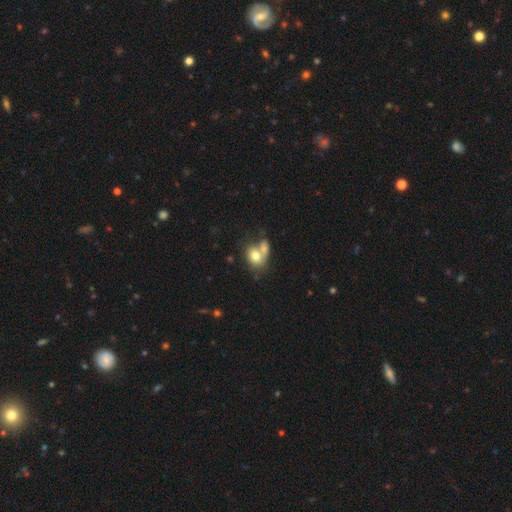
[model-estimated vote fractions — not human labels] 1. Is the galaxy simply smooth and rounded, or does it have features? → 75% smooth, 17% featured or disk, 8% star or artifact.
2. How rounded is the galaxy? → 63% in between, 36% round, 1% cigar-shaped.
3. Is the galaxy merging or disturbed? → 53% merger, 29% none, 12% minor disturbance, 7% major disturbance.